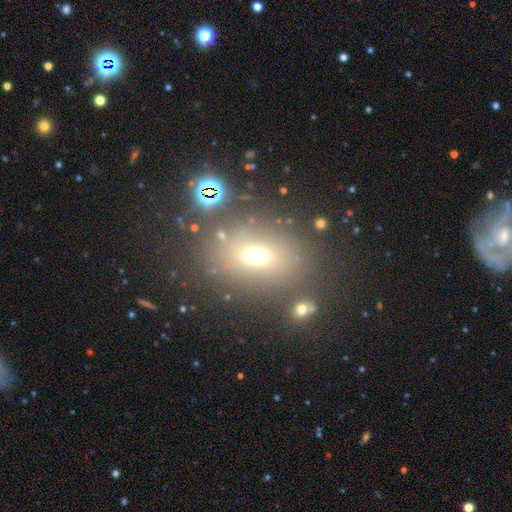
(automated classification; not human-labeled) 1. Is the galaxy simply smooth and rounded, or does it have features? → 58% smooth, 27% star or artifact, 15% featured or disk.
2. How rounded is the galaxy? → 63% in between, 34% round, 3% cigar-shaped.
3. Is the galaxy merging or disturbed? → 75% none, 12% minor disturbance, 8% merger, 6% major disturbance.